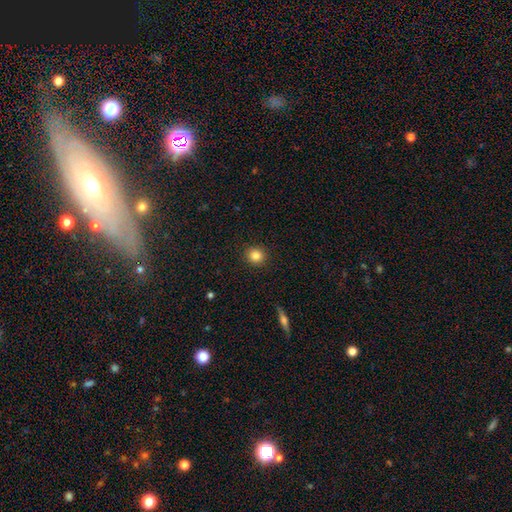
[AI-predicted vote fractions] Morphology: type=smooth (84%); roundness=round (90%); merging=none (92%).